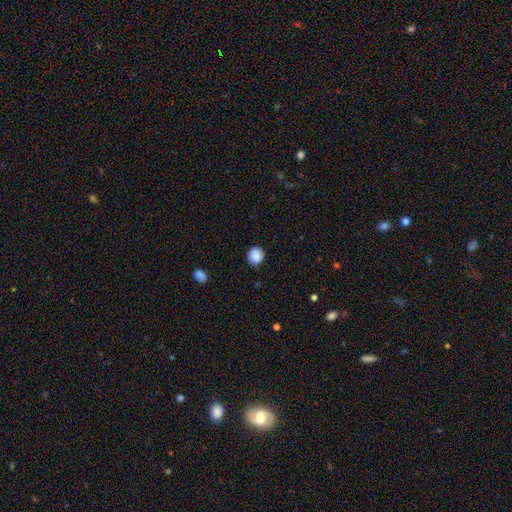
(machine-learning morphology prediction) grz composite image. It shows a smooth galaxy with no disk features (88%) that is round (86%). Merging: none (87%).